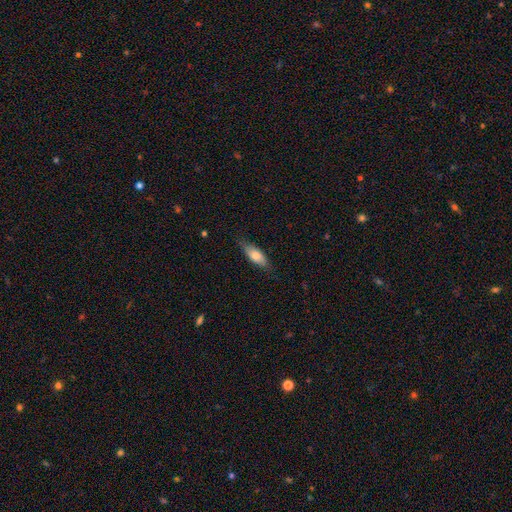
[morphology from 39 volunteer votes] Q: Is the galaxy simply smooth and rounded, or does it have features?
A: smooth — 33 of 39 (85%).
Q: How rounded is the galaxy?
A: in between — 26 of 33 (79%).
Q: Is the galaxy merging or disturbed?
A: none — 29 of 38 (76%).